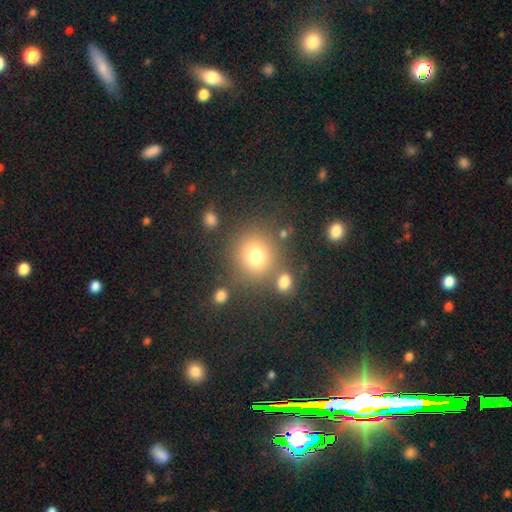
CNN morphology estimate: Smooth or featured? smooth (75%)
How rounded? round (87%)
Merging? none (72%)